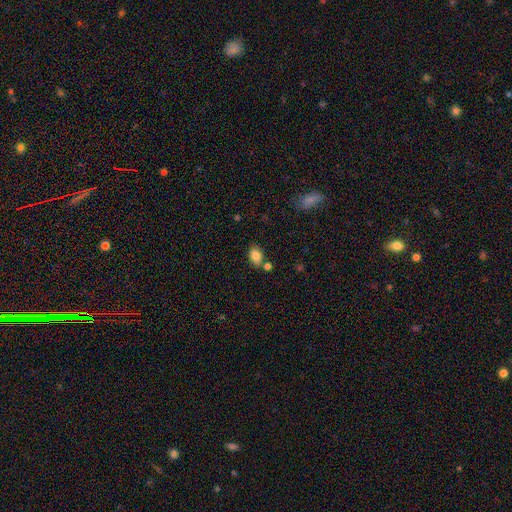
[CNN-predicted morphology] Smooth or featured: smooth — 82% (featured or disk — 9%)
How rounded: in between — 84% (round — 15%)
Merging: none — 72% (minor disturbance — 13%)